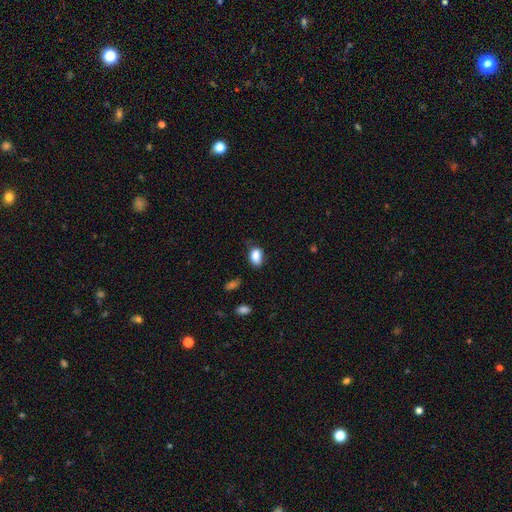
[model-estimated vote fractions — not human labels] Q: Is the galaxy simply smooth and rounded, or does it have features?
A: smooth — 86%.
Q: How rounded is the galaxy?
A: in between — 85%.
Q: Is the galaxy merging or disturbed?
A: none — 67%.